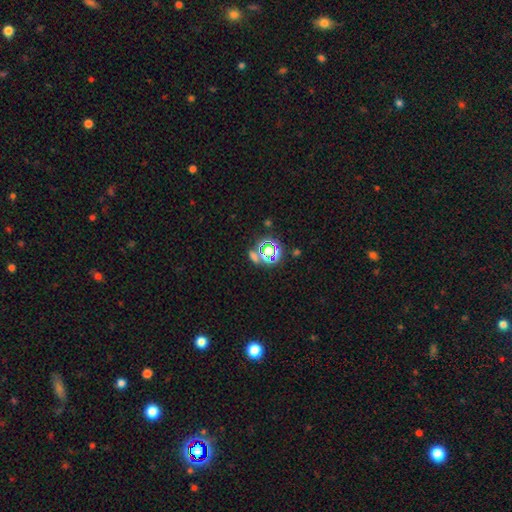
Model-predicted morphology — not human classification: Q: Smooth or featured?
A: star or artifact (68%); runner-up: smooth (23%)